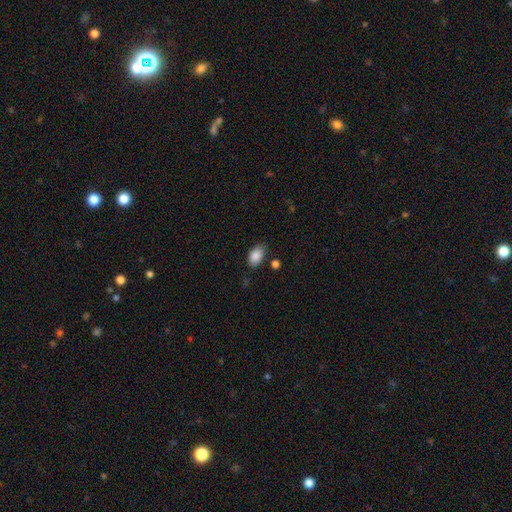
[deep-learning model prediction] Smooth or featured? Predicted: smooth (p=0.87). How rounded? Predicted: in between (p=0.92). Merging? Predicted: none (p=0.74).